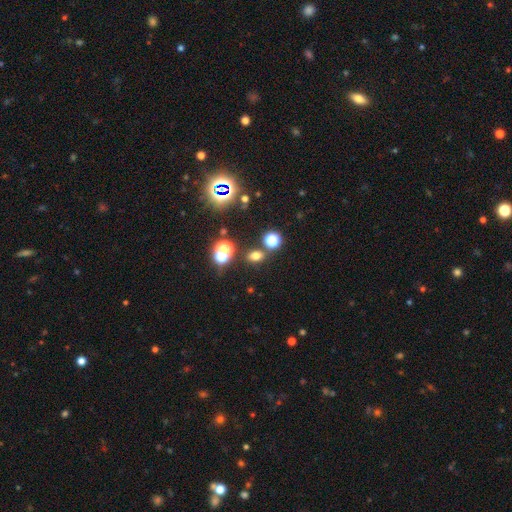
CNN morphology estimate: The model was most divided on "how rounded": in between: 56%, round: 42%, cigar-shaped: 2%. More confident: merging — none (76%); smooth or featured — smooth (62%).